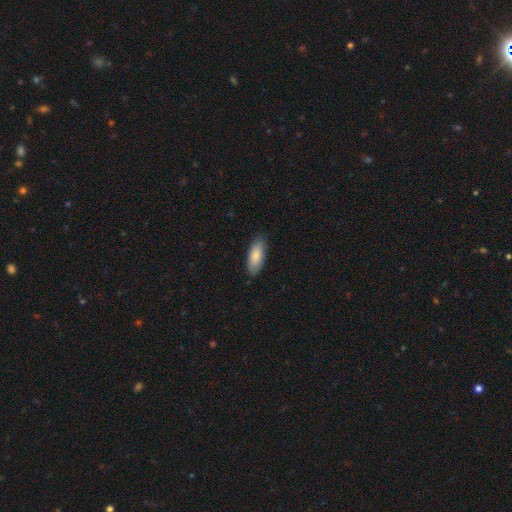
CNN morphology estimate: Smooth or featured? smooth (86%)
How rounded? in between (78%)
Merging? none (86%)